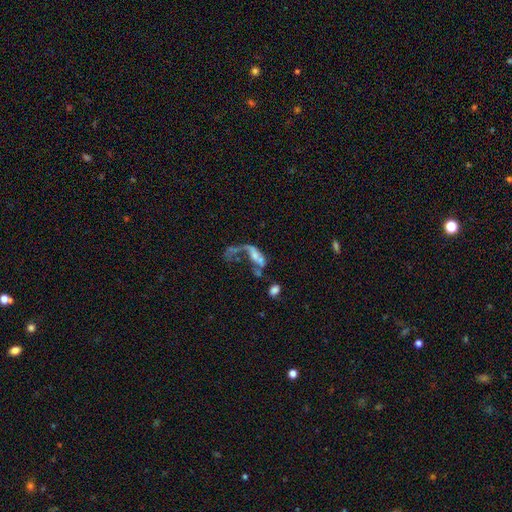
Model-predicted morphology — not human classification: Smooth or featured: featured or disk — 58% (smooth — 30%)
Edge-on disk: no — 91% (yes — 9%)
Bar: no — 72% (weak — 19%)
Spiral arms: no — 59% (yes — 41%)
Bulge size: none — 36% (small — 33%)
Merging: major disturbance — 46% (merger — 31%)